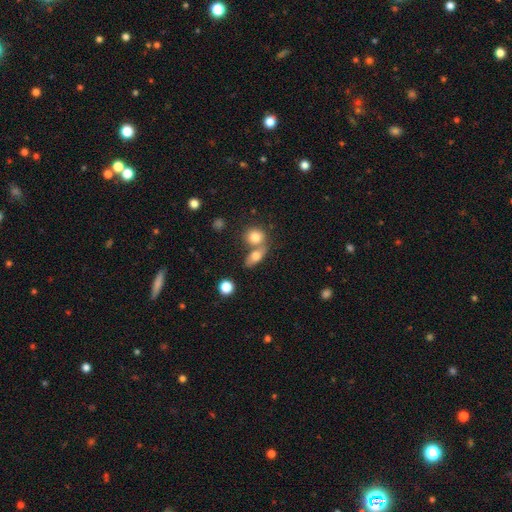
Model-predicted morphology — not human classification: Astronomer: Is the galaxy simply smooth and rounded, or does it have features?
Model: smooth — 74%.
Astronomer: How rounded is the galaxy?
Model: in between — 70%.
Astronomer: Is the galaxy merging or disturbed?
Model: merger — 45% (runner-up: none, 39%).